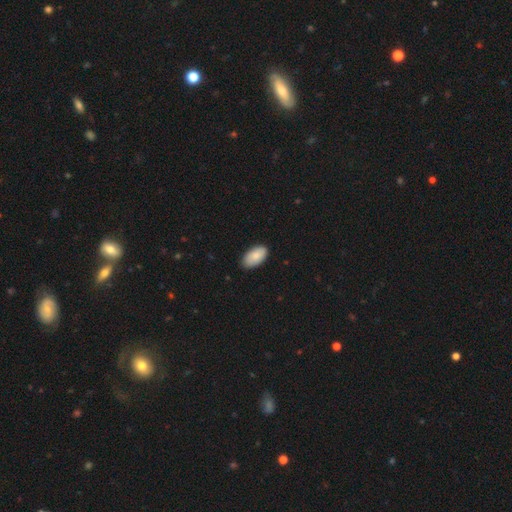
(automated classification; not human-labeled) smooth-or-featured: smooth: 85% | featured or disk: 9% | star or artifact: 6%
  how-rounded: in between: 96% | round: 3% | cigar-shaped: 2%
  merging: none: 85% | minor disturbance: 12% | major disturbance: 2% | merger: 1%